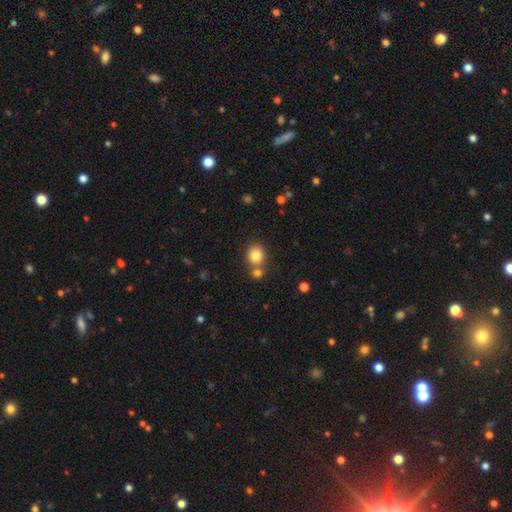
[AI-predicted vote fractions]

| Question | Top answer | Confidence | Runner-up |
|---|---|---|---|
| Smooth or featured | smooth | 82% | star or artifact (11%) |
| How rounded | round | 80% | in between (20%) |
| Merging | none | 65% | merger (24%) |